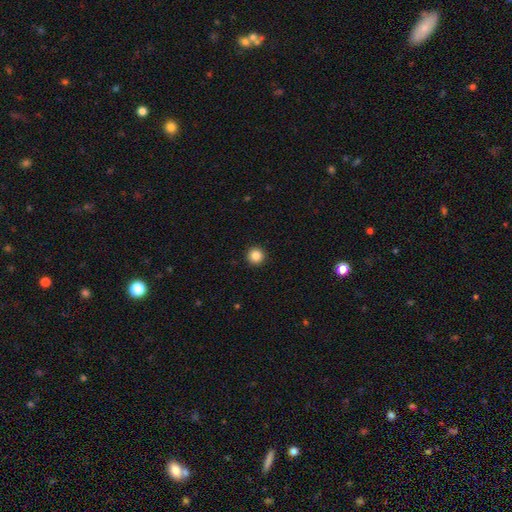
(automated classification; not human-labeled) Smooth or featured? Predicted: smooth (p=0.86). How rounded? Predicted: round (p=0.96). Merging? Predicted: none (p=0.94).